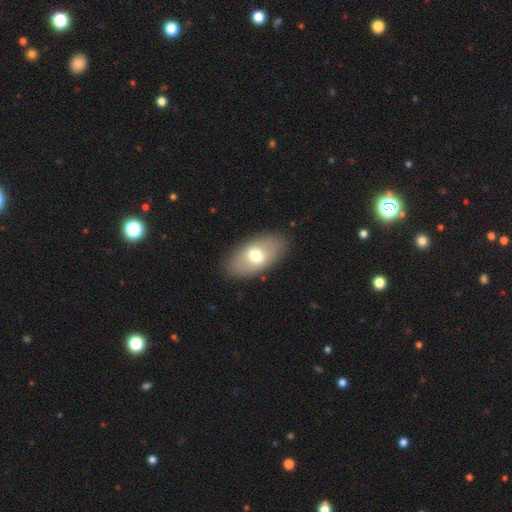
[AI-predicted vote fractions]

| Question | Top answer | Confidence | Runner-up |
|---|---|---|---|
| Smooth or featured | smooth | 63% | featured or disk (30%) |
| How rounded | in between | 92% | round (5%) |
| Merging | none | 86% | minor disturbance (9%) |